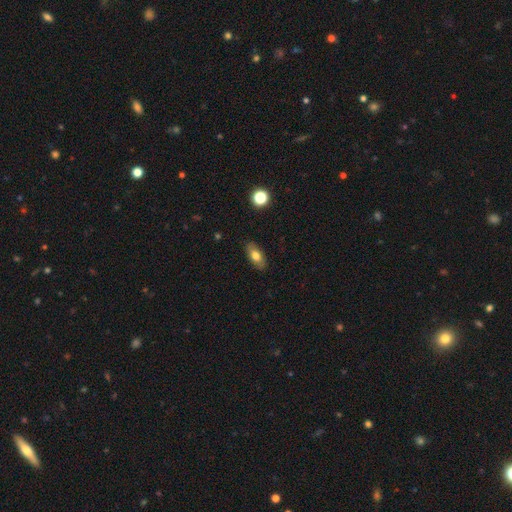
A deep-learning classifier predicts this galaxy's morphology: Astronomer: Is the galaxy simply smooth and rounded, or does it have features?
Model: smooth — 72%.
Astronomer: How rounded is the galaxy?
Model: in between — 88%.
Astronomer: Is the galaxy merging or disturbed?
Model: none — 86%.